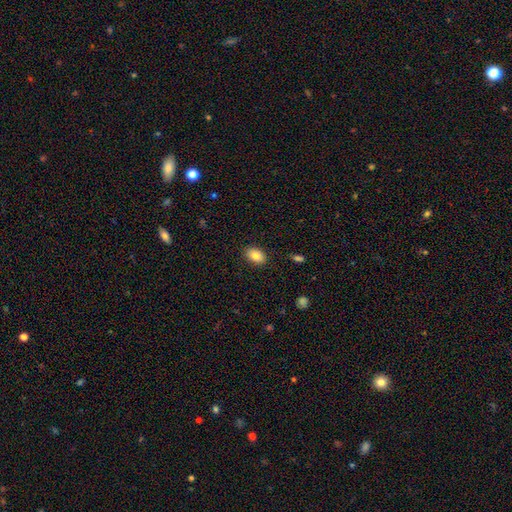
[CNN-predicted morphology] A smooth galaxy with no disk features (83%) that is in between round and cigar-shaped (86%).

Vote fractions:
- Smooth or featured? smooth: 83% / featured or disk: 9% / star or artifact: 8%
- How rounded? in between: 86% / round: 13% / cigar-shaped: 1%
- Merging? none: 87% / minor disturbance: 9% / major disturbance: 2% / merger: 1%